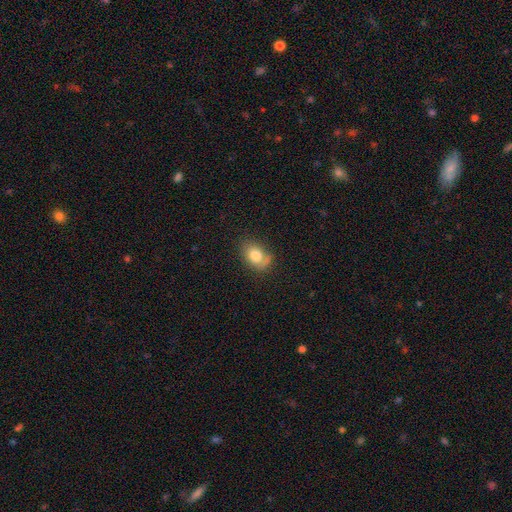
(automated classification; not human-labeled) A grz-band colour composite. It shows a smooth galaxy with no disk features (78%) that is in between round and cigar-shaped (73%). Merging: none (59%).